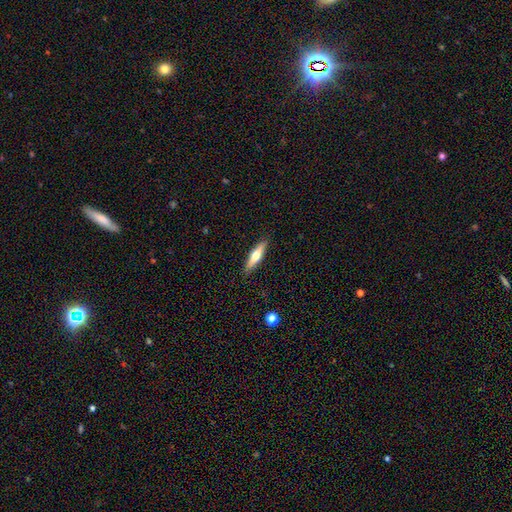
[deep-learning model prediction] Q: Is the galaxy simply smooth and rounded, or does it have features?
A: featured or disk — 49%.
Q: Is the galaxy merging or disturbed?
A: none — 90%.